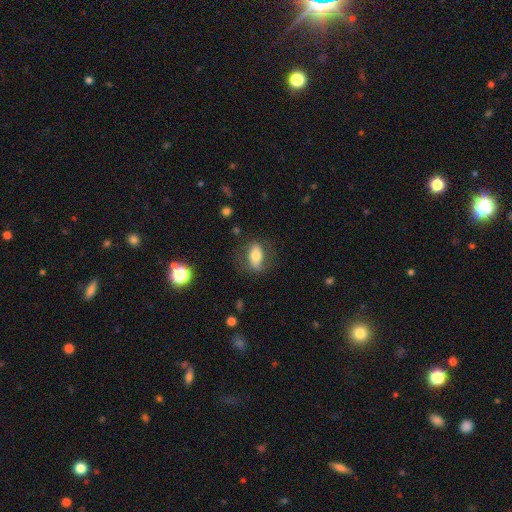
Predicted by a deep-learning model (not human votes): smooth-or-featured: smooth: 59% | featured or disk: 32% | star or artifact: 8%
  how-rounded: in between: 81% | cigar-shaped: 10% | round: 8%
  merging: none: 70% | minor disturbance: 19% | major disturbance: 10% | merger: 2%